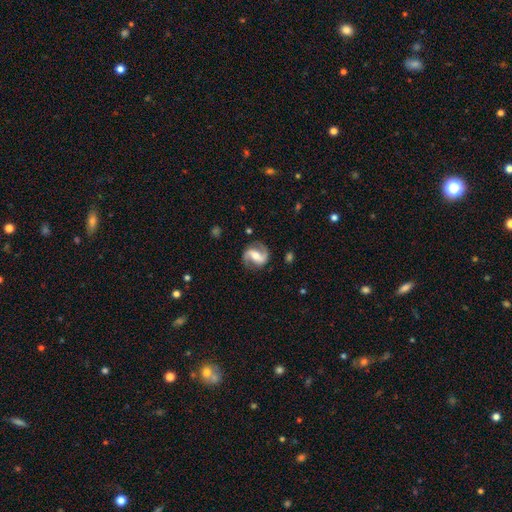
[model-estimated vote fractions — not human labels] A featured or disk galaxy (87%) with a weak bar (37%, tied with strong), 2 (93%) medium (48%) spiral arms (96%) and a moderate central bulge (64%).

Vote fractions:
- Smooth or featured? featured or disk: 87% / smooth: 8% / star or artifact: 5%
- Edge-on disk? no: 97% / yes: 3%
- Bar? weak: 37% (tied) / strong: 37% (tied) / no: 26%
- Spiral arms? yes: 96% / no: 4%
- Spiral winding? medium: 48% / loose: 36% / tight: 16%
- Spiral arm count? 2: 93% / 1: 2% / can't tell: 2% / 3: 1% / 4: 1% / more than 4: 1%
- Bulge size? moderate: 64% / small: 25% / large: 7% / none: 2% / dominant: 1%
- Merging? none: 84% / minor disturbance: 10% / major disturbance: 4% / merger: 1%